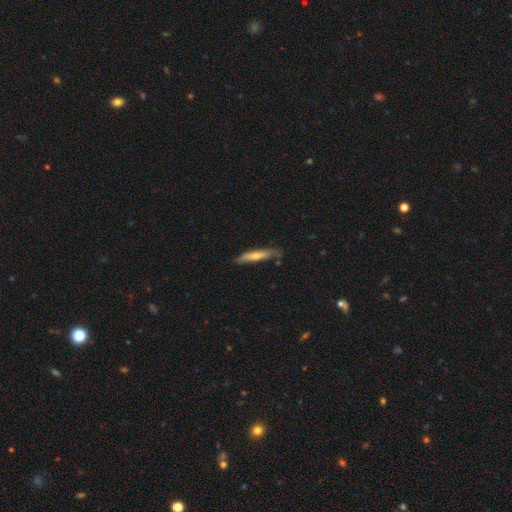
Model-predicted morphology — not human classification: A smooth galaxy with no disk features (56%) that is cigar-shaped (89%). Merging: none (75%).